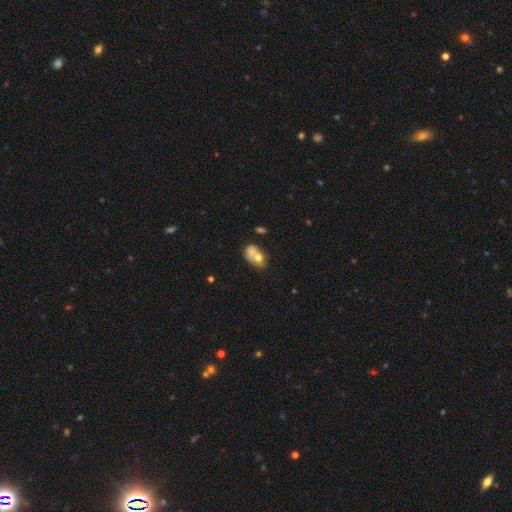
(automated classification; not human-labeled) Morphology: type=smooth (64%); roundness=in between (72%); merging=merger (53%).